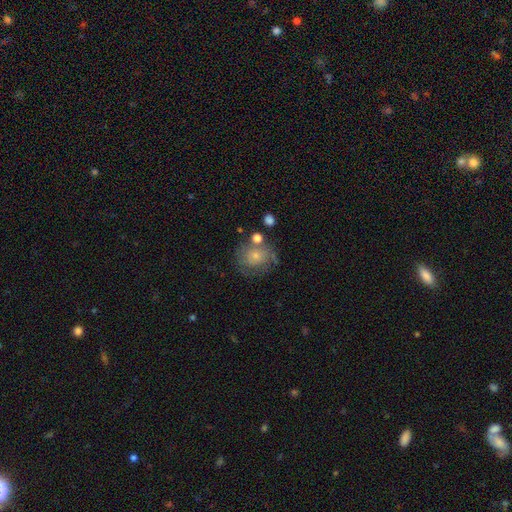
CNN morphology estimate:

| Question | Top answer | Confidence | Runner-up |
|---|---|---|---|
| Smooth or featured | smooth | 51% | featured or disk (39%) |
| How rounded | round | 78% | in between (21%) |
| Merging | none | 55% | minor disturbance (21%) |